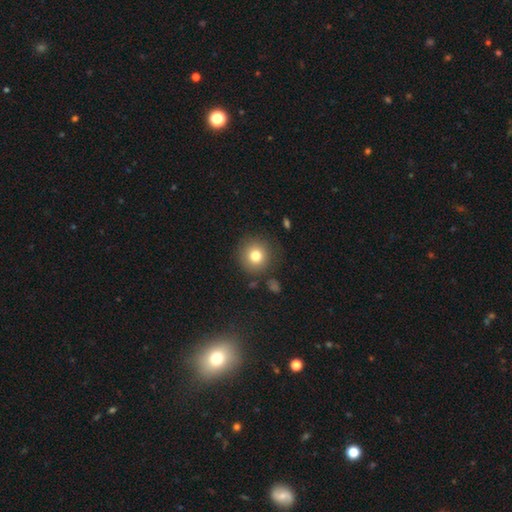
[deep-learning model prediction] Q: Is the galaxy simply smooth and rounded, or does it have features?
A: smooth — 79%.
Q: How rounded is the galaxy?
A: round — 93%.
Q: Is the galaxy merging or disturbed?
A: none — 85%.